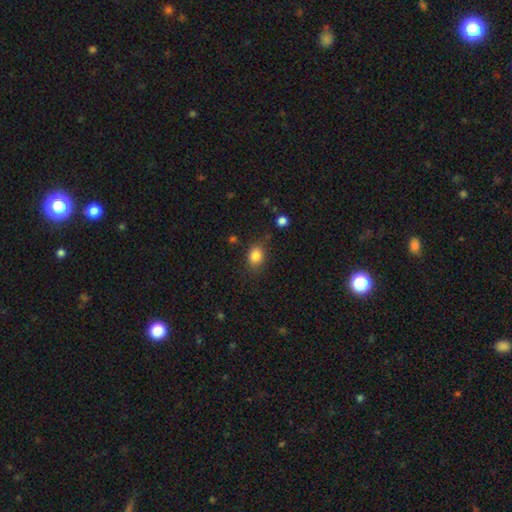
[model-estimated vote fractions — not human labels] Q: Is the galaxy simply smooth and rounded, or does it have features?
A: smooth — 84%.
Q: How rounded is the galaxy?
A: in between — 63%.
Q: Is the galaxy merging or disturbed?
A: none — 77%.